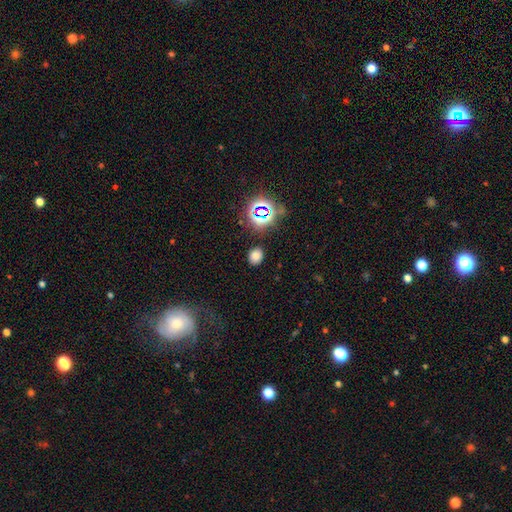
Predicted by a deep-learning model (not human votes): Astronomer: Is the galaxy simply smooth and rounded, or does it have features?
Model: smooth — 72%.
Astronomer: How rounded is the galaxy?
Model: round — 55% (runner-up: in between, 44%).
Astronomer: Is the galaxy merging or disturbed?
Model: none — 87%.